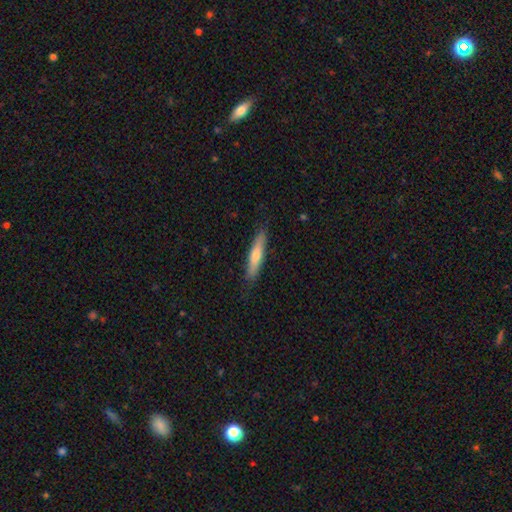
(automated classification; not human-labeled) A smooth galaxy with no disk features (62%) that is cigar-shaped (87%). Merging: none (85%).